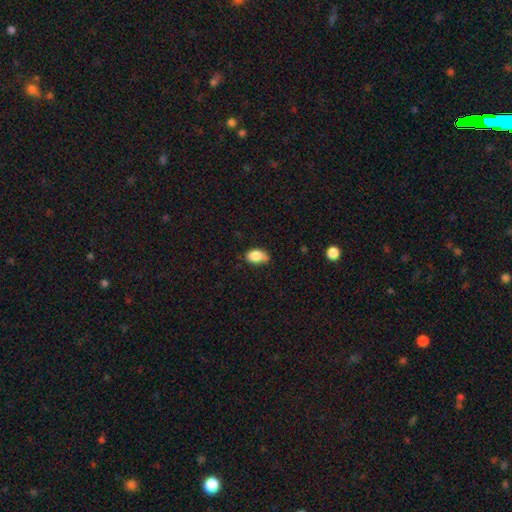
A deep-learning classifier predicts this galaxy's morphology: A smooth galaxy with no disk features (85%) that is in between round and cigar-shaped (88%).

Vote fractions:
- Smooth or featured? smooth: 85% / star or artifact: 8% / featured or disk: 7%
- How rounded? in between: 88% / round: 11% / cigar-shaped: 2%
- Merging? none: 57% / minor disturbance: 34% / major disturbance: 6% / merger: 3%